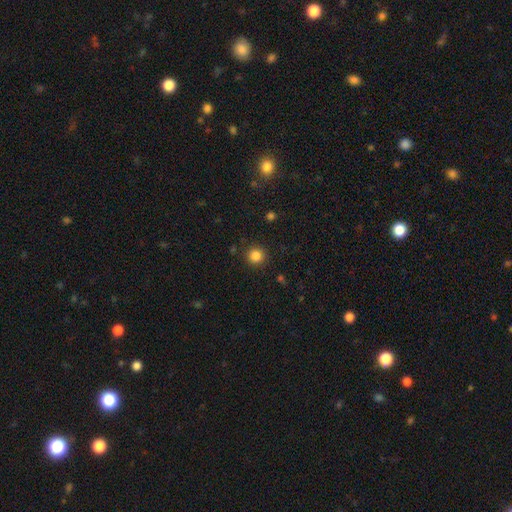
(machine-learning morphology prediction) Smooth or featured? Predicted: smooth (p=0.84). How rounded? Predicted: round (p=0.94). Merging? Predicted: none (p=0.90).